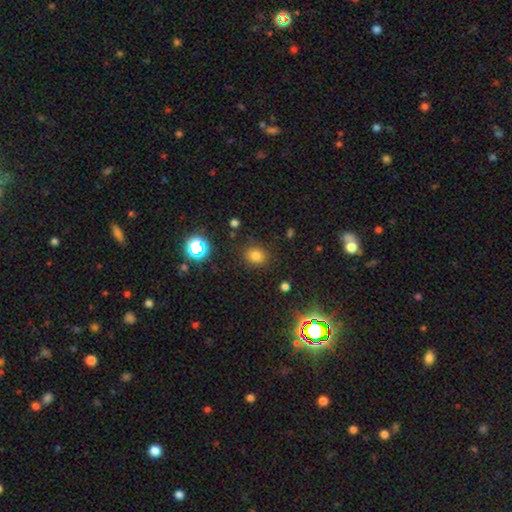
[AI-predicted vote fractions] The model was most divided on "how rounded": round: 68%, in between: 31%, cigar-shaped: 1%. More confident: merging — none (85%); smooth or featured — smooth (75%).